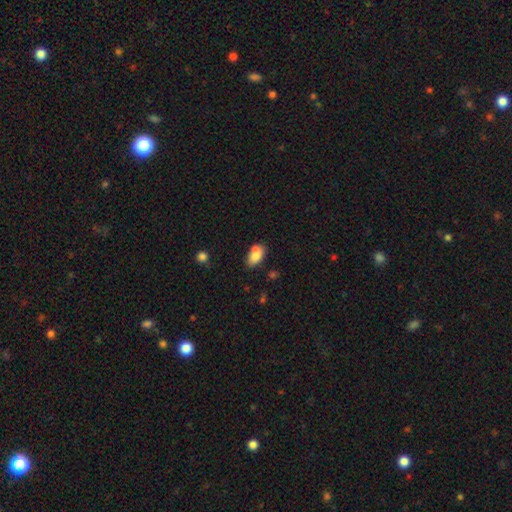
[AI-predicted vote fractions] smooth 78%, featured or disk 14%, star or artifact 8%. Down the decision tree: how rounded — in between (89%); merging — none (50%).